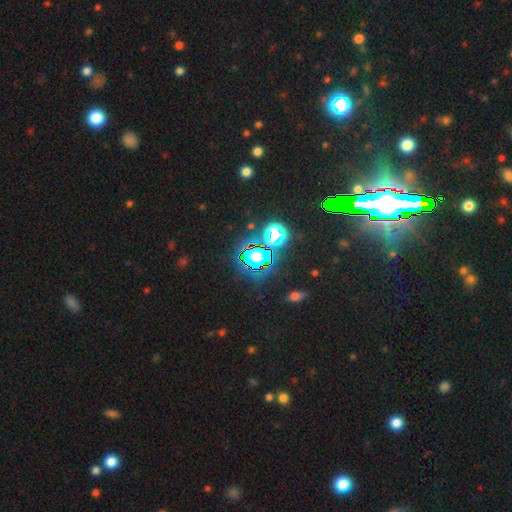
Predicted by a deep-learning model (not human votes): A star or artifact, not a galaxy (75%).

Vote fractions:
- Smooth or featured? star or artifact: 75% / smooth: 15% / featured or disk: 10%